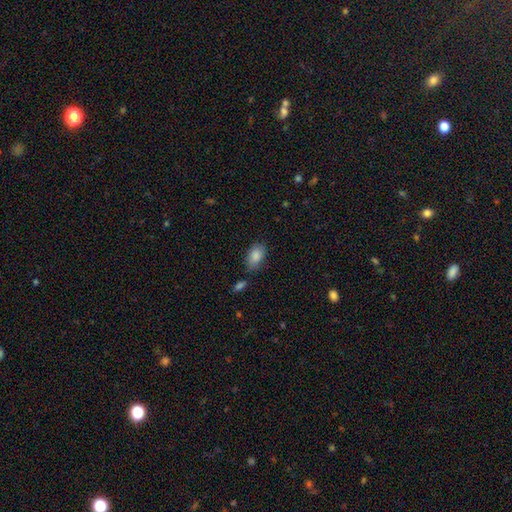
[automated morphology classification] type=smooth (87%); roundness=in between (92%); merging=none (72%).